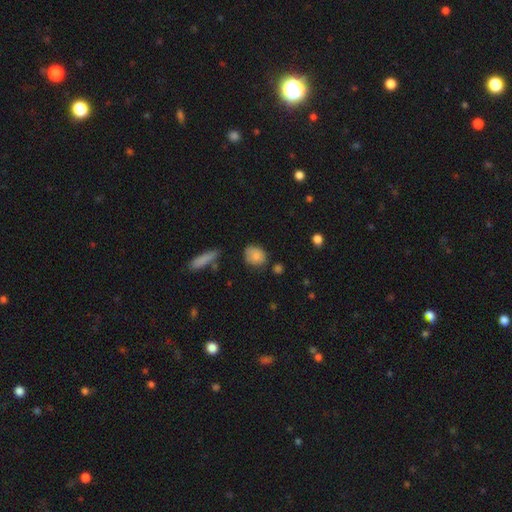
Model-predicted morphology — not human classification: smooth_or_featured: smooth (p=0.81) [alt: featured or disk p=0.10]
how_rounded: in between (p=0.50) [alt: round p=0.48]
merging: none (p=0.70) [alt: minor disturbance p=0.21]